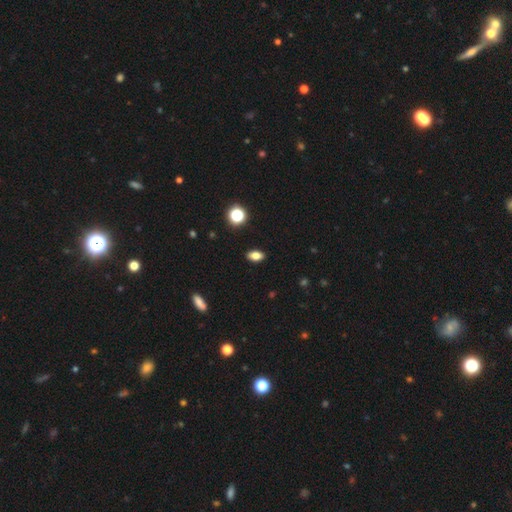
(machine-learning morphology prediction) Q: Smooth or featured?
A: smooth (79%); runner-up: star or artifact (11%)
Q: How rounded?
A: in between (86%); runner-up: round (9%)
Q: Merging?
A: none (89%); runner-up: minor disturbance (8%)